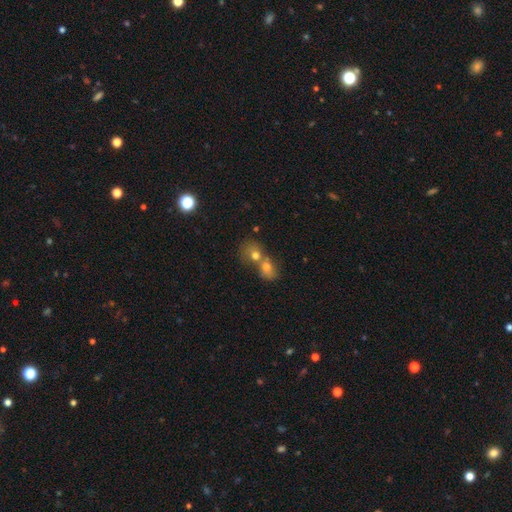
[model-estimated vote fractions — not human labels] Morphology: type=smooth (65%); roundness=round (60%); merging=merger (72%).